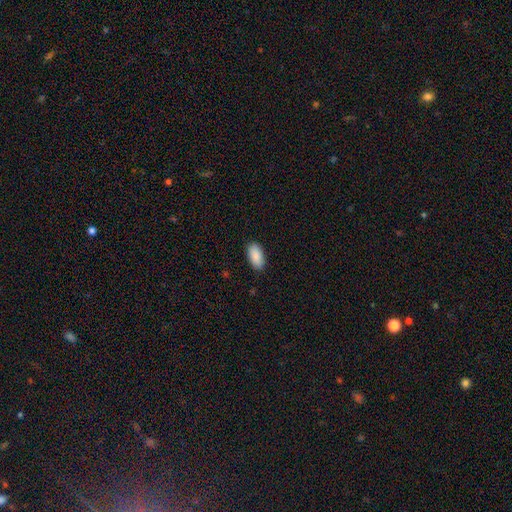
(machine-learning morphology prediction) type=smooth (90%); roundness=in between (94%); merging=none (87%).